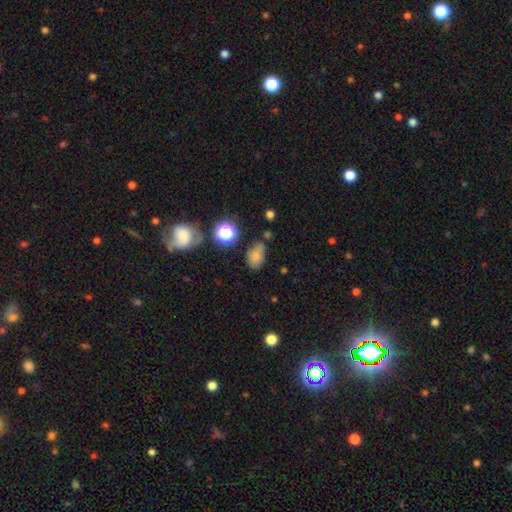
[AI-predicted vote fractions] smooth_or_featured: smooth (p=0.68) [alt: star or artifact p=0.18]
how_rounded: in between (p=0.77) [alt: round p=0.22]
merging: none (p=0.52) [alt: minor disturbance p=0.31]